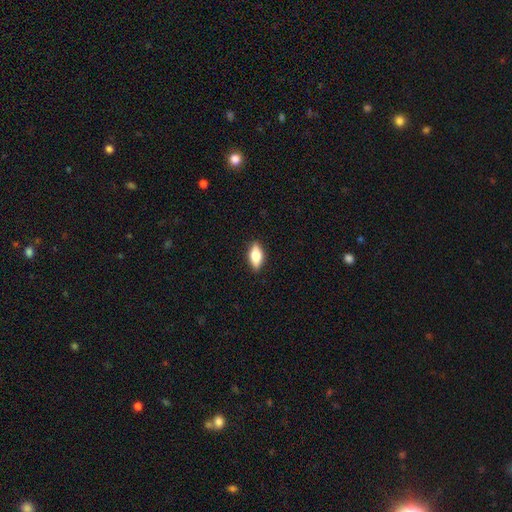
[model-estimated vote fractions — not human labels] Smooth or featured: smooth — 67% (featured or disk — 27%)
How rounded: in between — 78% (cigar-shaped — 18%)
Merging: none — 89% (minor disturbance — 9%)